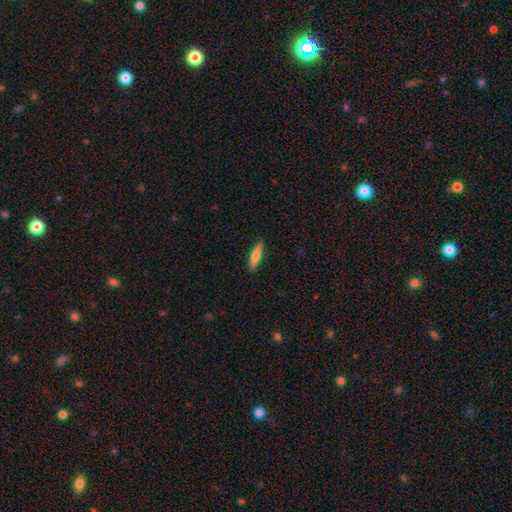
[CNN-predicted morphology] Q: Smooth or featured?
A: smooth (73%); runner-up: featured or disk (21%)
Q: How rounded?
A: cigar-shaped (76%); runner-up: in between (22%)
Q: Merging?
A: none (88%); runner-up: minor disturbance (9%)